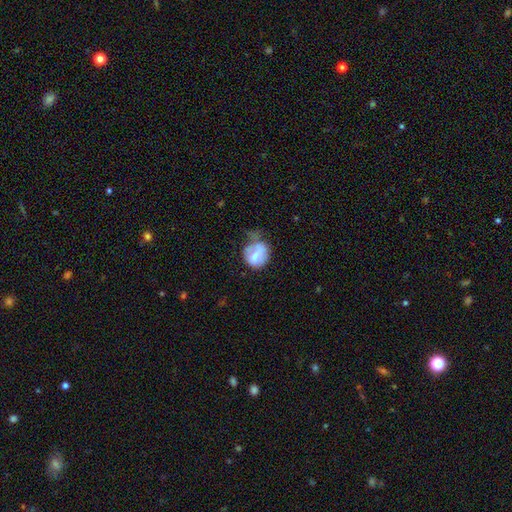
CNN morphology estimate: Smooth or featured? smooth (55%)
How rounded? round (65%)
Merging? minor disturbance (29%, tied with major disturbance and none)